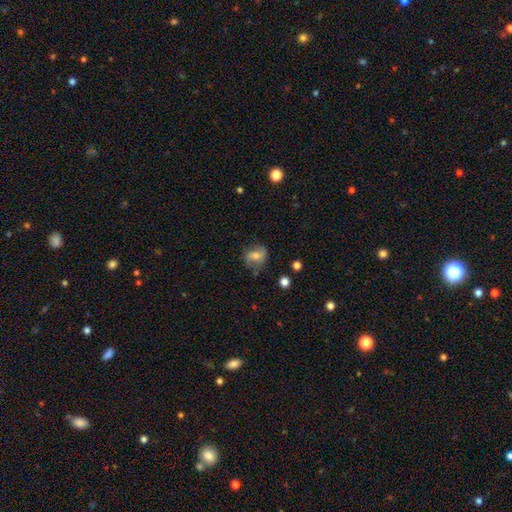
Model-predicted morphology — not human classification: This appears to be a smooth galaxy with no disk features (50%) that is round (51%). Merging: none (69%).